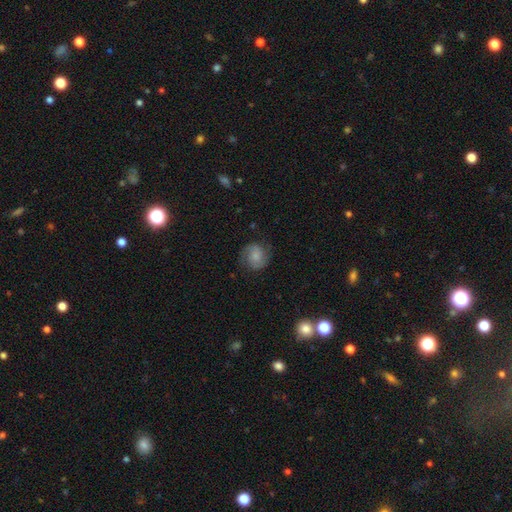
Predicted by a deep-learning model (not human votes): Smooth or featured?
  - featured or disk: 51% *
  - smooth: 41%
  - star or artifact: 9%
Edge-on disk?
  - no: 98% *
  - yes: 2%
Merging?
  - none: 76% *
  - minor disturbance: 16%
  - major disturbance: 7%
  - merger: 1%